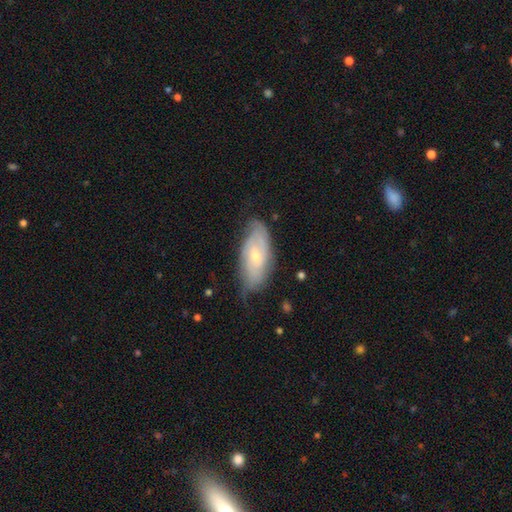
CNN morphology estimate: This is possibly a featured or disk galaxy (60%). It is clearly not viewed edge-on (87%). Bar: likely no (61%). Spiral arm pattern: likely yes (80%). Central bulge: likely small (61%). Merging: likely none (66%).